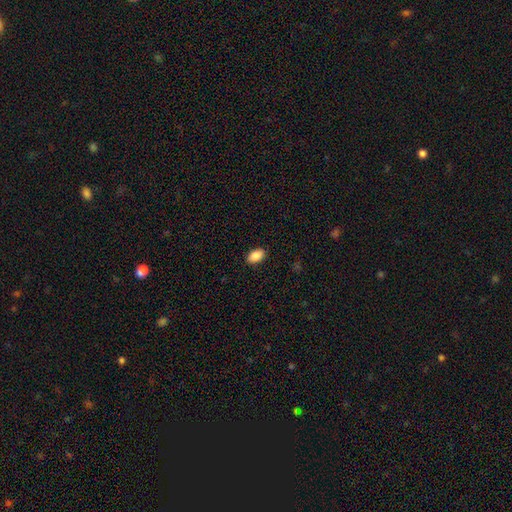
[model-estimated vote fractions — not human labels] smooth-or-featured: smooth: 88% | star or artifact: 7% | featured or disk: 5%
  how-rounded: in between: 92% | round: 6% | cigar-shaped: 2%
  merging: none: 90% | minor disturbance: 8% | major disturbance: 2% | merger: 1%